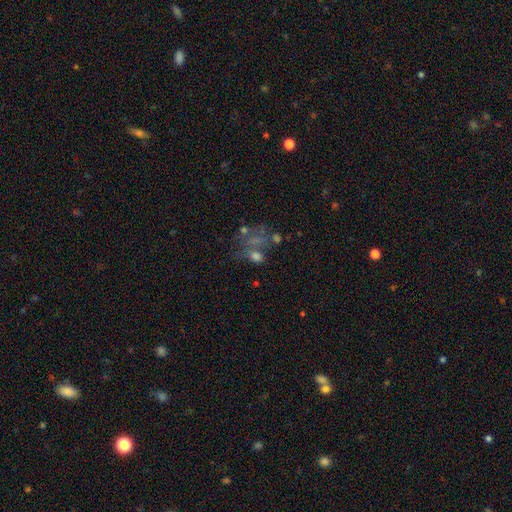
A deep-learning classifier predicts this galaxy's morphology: Smooth or featured? Predicted: smooth (p=0.53). How rounded? Predicted: in between (p=0.62). Merging? Predicted: none (p=0.32).